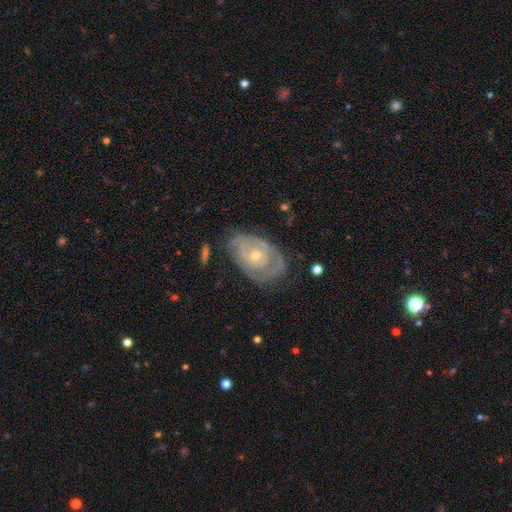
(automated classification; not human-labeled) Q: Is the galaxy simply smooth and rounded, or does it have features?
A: featured or disk — 79%.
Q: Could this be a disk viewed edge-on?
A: no — 95%.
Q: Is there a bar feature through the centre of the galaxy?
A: no — 81%.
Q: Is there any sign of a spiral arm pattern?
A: yes — 77%.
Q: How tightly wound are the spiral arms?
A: tight — 71%.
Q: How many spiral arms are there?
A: can't tell — 44%.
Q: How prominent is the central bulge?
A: small — 59%.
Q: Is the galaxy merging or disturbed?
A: none — 62%.